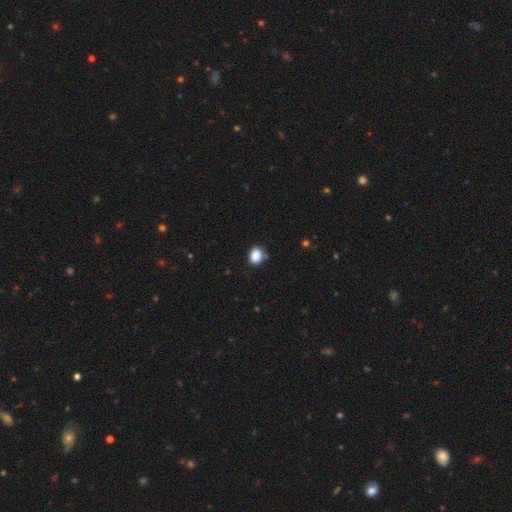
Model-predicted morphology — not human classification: smooth 88%, star or artifact 9%, featured or disk 3%. Down the decision tree: how rounded — round (52%); merging — none (80%).